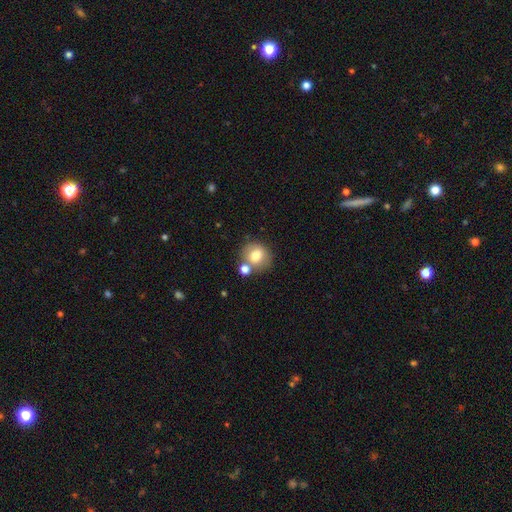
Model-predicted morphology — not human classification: This is likely a smooth galaxy (76%). How rounded: clearly round (84%). Merging: likely none (65%).